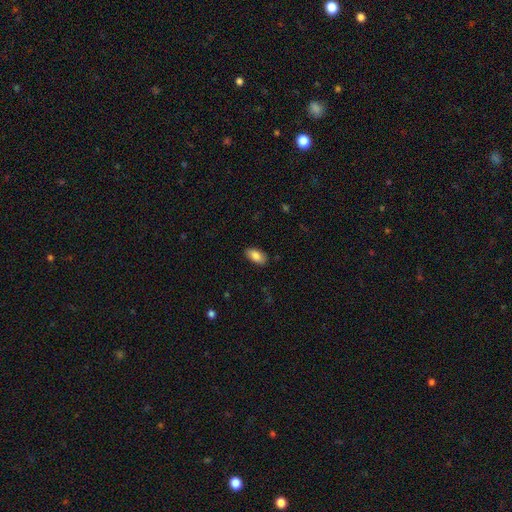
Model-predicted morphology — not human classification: Q: Smooth or featured?
A: smooth (86%); runner-up: featured or disk (7%)
Q: How rounded?
A: in between (92%); runner-up: cigar-shaped (5%)
Q: Merging?
A: none (86%); runner-up: minor disturbance (11%)